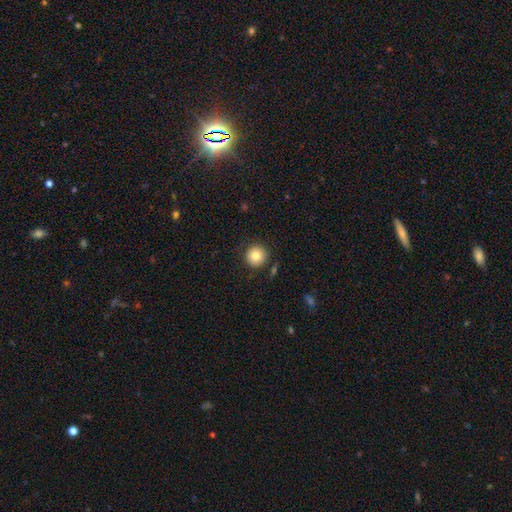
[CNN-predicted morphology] Q: Smooth or featured?
A: smooth (83%); runner-up: star or artifact (10%)
Q: How rounded?
A: round (94%); runner-up: in between (5%)
Q: Merging?
A: none (88%); runner-up: minor disturbance (8%)